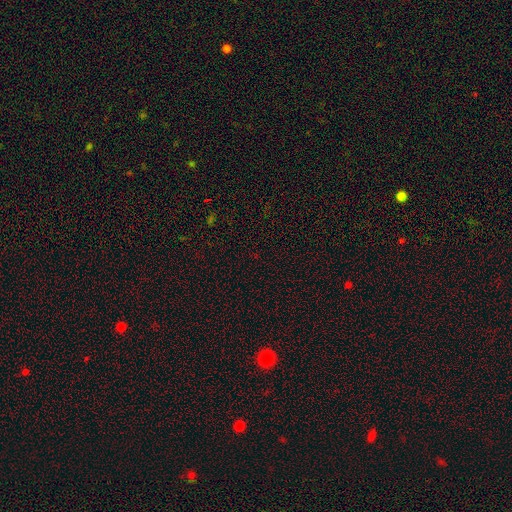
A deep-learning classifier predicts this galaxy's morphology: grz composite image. It shows a star or artifact, not a galaxy (71%).